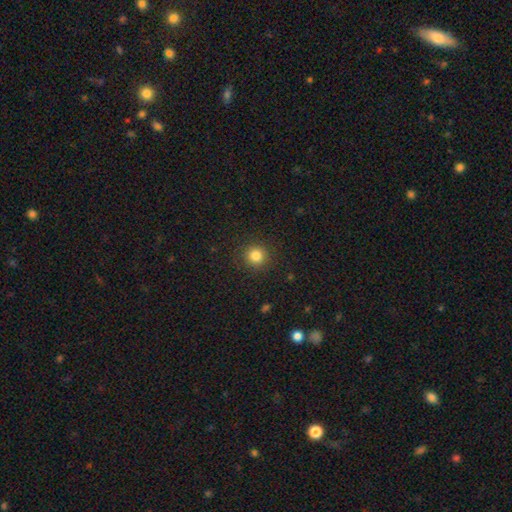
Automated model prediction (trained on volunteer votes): This is clearly a smooth galaxy (83%). How rounded: clearly round (93%). Merging: clearly none (90%).